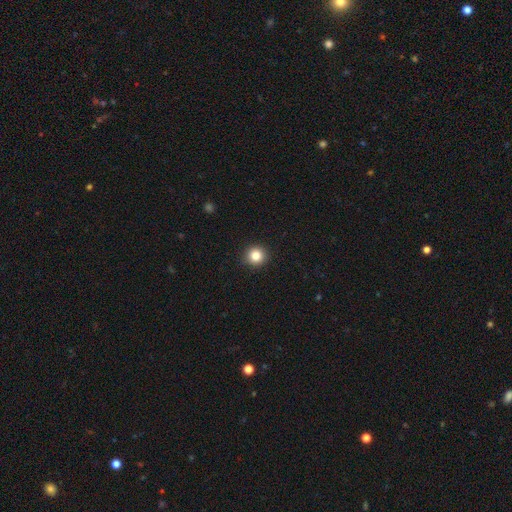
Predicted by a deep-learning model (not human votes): This is clearly a smooth galaxy (84%). How rounded: clearly round (93%). Merging: clearly none (92%).